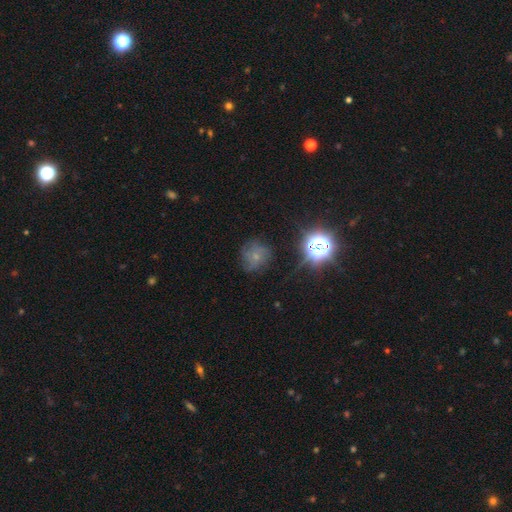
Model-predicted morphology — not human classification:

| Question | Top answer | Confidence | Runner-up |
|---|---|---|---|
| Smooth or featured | smooth | 42% | star or artifact (29%) |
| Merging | none | 66% | minor disturbance (20%) |